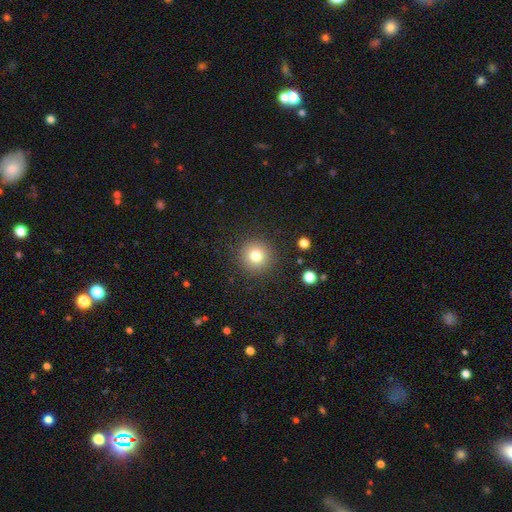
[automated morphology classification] Q: Smooth or featured?
A: smooth (78%); runner-up: star or artifact (13%)
Q: How rounded?
A: round (95%); runner-up: in between (4%)
Q: Merging?
A: none (90%); runner-up: minor disturbance (6%)